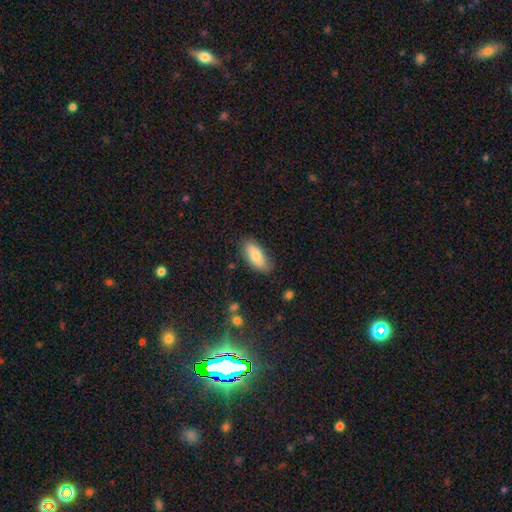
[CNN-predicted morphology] A smooth galaxy with no disk features (77%) that is in between round and cigar-shaped (87%).

Vote fractions:
- Smooth or featured? smooth: 77% / featured or disk: 17% / star or artifact: 6%
- How rounded? in between: 87% / cigar-shaped: 11% / round: 2%
- Merging? none: 75% / minor disturbance: 19% / major disturbance: 4% / merger: 2%